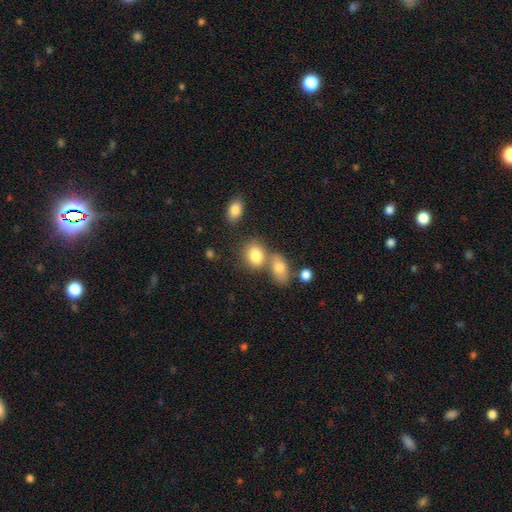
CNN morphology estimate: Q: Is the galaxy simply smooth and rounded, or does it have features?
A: smooth — 82%.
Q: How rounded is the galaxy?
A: in between — 65%.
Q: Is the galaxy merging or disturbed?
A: none — 46%.